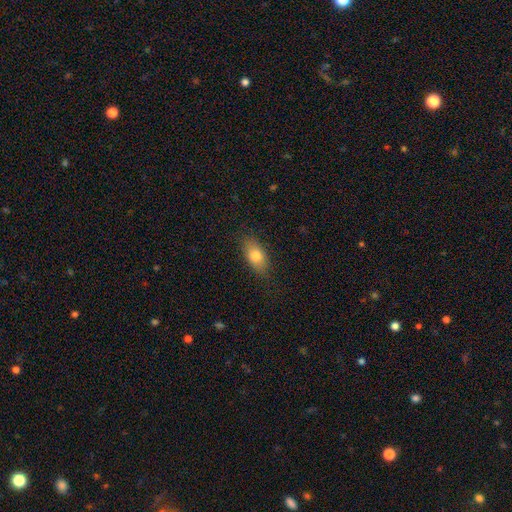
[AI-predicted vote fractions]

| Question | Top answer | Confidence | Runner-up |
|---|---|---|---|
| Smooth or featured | smooth | 79% | featured or disk (14%) |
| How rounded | in between | 86% | cigar-shaped (8%) |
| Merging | none | 82% | minor disturbance (14%) |